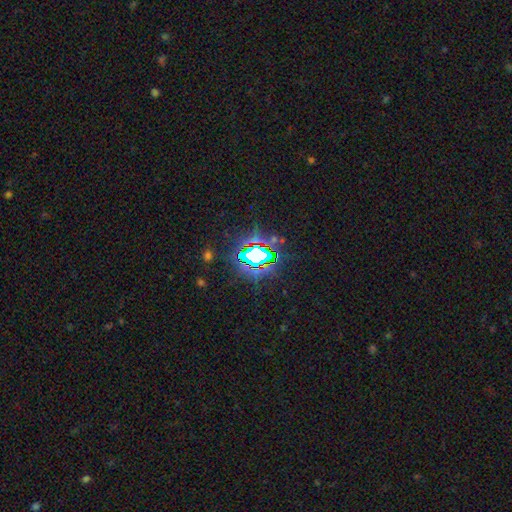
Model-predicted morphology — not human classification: A star or artifact, not a galaxy (75%).

Vote fractions:
- Smooth or featured? star or artifact: 75% / smooth: 14% / featured or disk: 11%